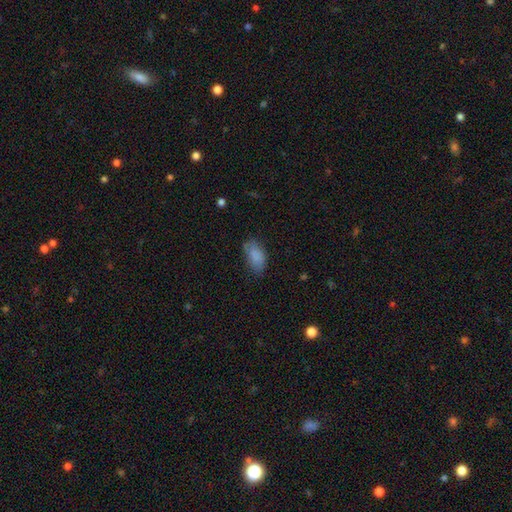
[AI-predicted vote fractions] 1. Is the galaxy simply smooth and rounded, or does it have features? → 85% smooth, 8% star or artifact, 7% featured or disk.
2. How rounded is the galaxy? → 93% in between, 4% round, 3% cigar-shaped.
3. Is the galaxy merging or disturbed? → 68% none, 24% minor disturbance, 6% major disturbance, 2% merger.